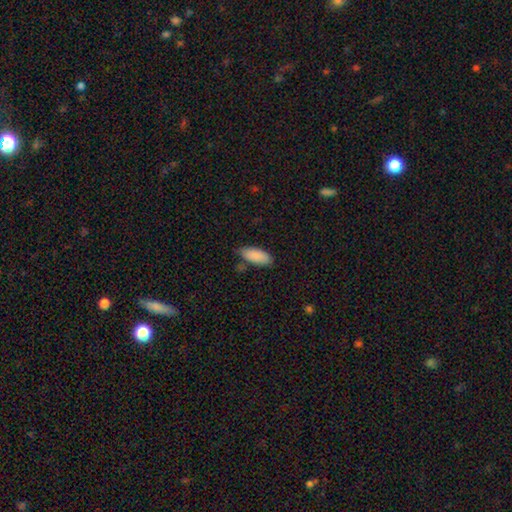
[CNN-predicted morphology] A smooth galaxy with no disk features (89%) that is in between round and cigar-shaped (84%). Merging: none (70%).